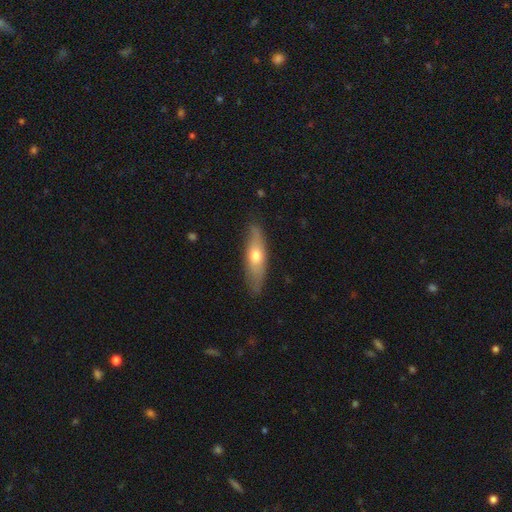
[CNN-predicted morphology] Q: Smooth or featured?
A: smooth (54%); runner-up: featured or disk (41%)
Q: How rounded?
A: cigar-shaped (55%); runner-up: in between (42%)
Q: Merging?
A: none (82%); runner-up: minor disturbance (15%)